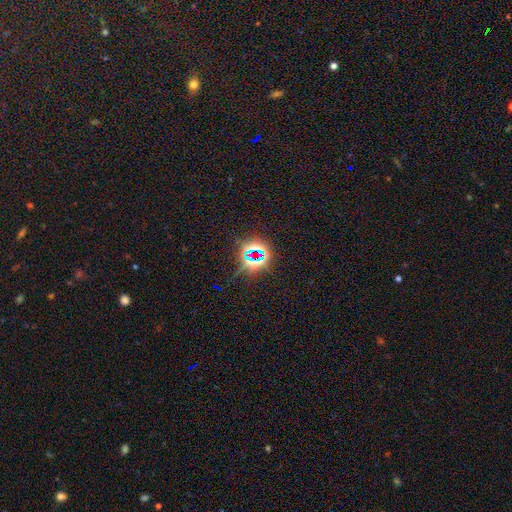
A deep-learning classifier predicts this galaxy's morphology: A star or artifact, not a galaxy (75%).

Vote fractions:
- Smooth or featured? star or artifact: 75% / smooth: 15% / featured or disk: 10%